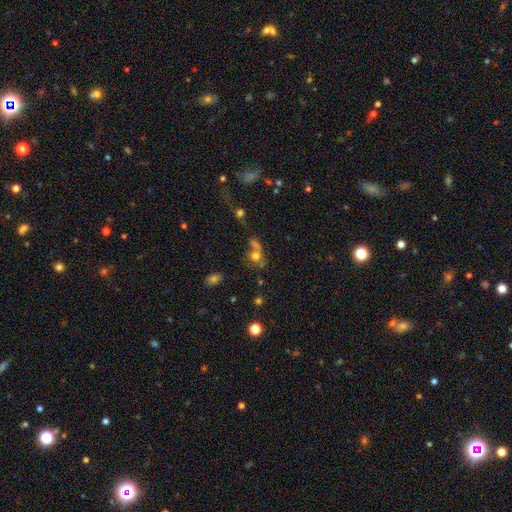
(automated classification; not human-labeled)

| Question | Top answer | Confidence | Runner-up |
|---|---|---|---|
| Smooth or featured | smooth | 58% | star or artifact (23%) |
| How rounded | round | 62% | in between (35%) |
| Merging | merger | 42% | none (33%) |